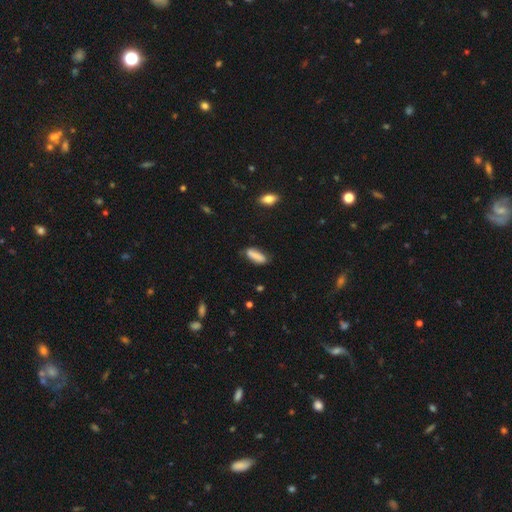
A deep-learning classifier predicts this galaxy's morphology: Q: Smooth or featured?
A: smooth (84%); runner-up: featured or disk (9%)
Q: How rounded?
A: in between (56%); runner-up: cigar-shaped (43%)
Q: Merging?
A: none (72%); runner-up: minor disturbance (21%)